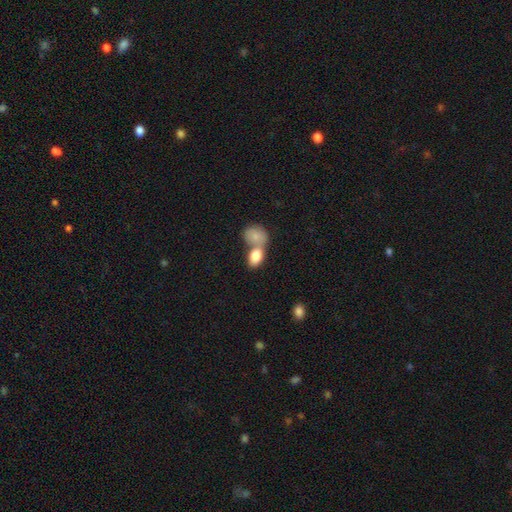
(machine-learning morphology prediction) Overall: smooth (83%). How rounded: in between (82%). Merging: merger (59%; none 28%).